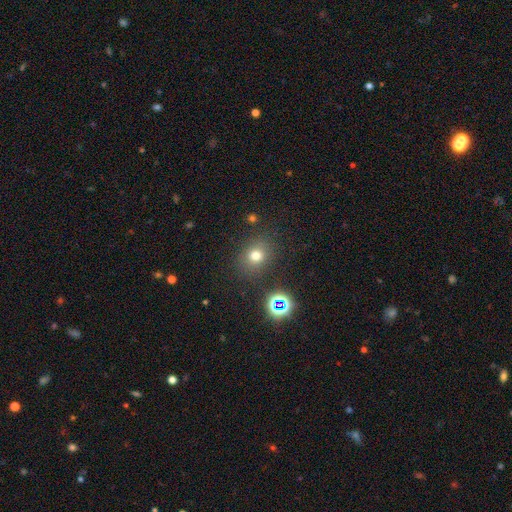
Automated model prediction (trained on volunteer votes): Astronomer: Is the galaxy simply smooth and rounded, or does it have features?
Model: smooth — 71%.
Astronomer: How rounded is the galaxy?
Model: round — 69%.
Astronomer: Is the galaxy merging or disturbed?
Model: none — 82%.